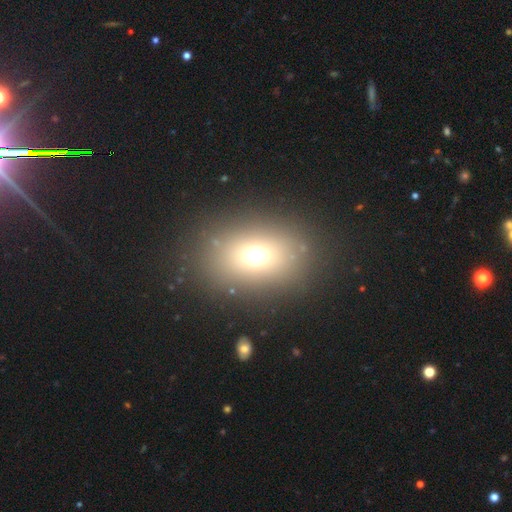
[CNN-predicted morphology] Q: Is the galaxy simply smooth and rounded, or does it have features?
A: smooth — 67%.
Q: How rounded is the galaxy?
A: in between — 57%.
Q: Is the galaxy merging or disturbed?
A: none — 83%.